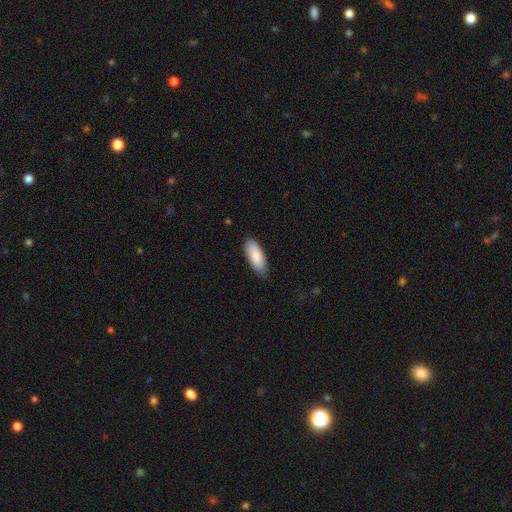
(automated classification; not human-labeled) A smooth galaxy with no disk features (88%) that is in between round and cigar-shaped (75%).

Vote fractions:
- Smooth or featured? smooth: 88% / featured or disk: 6% / star or artifact: 5%
- How rounded? in between: 75% / cigar-shaped: 23% / round: 1%
- Merging? none: 85% / minor disturbance: 12% / major disturbance: 2% / merger: 1%